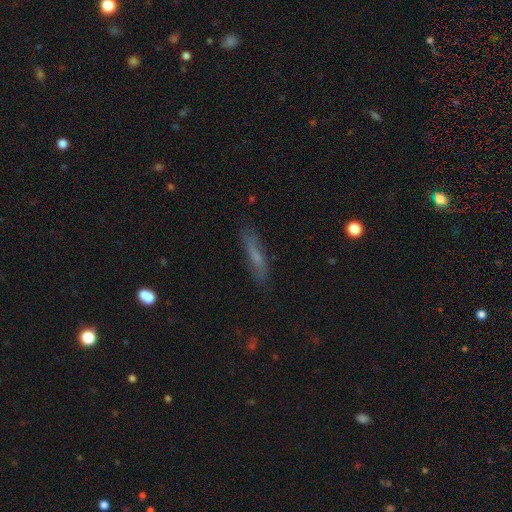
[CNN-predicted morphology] A smooth galaxy with no disk features (55%) that is cigar-shaped (81%).

Vote fractions:
- Smooth or featured? smooth: 55% / featured or disk: 34% / star or artifact: 10%
- How rounded? cigar-shaped: 81% / in between: 16% / round: 2%
- Merging? none: 79% / minor disturbance: 15% / major disturbance: 4% / merger: 2%